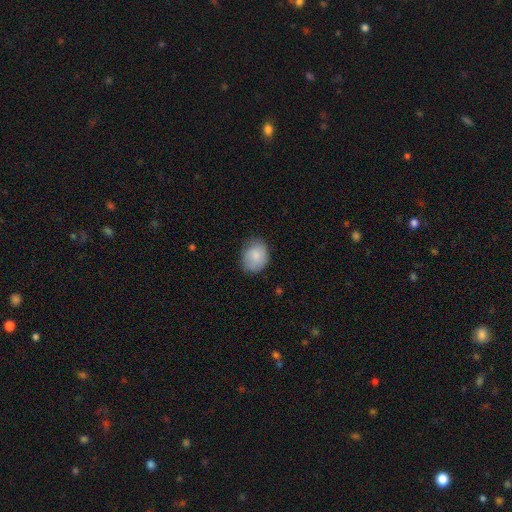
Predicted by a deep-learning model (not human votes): Smooth or featured?
  - smooth: 83% *
  - featured or disk: 11%
  - star or artifact: 7%
How rounded?
  - round: 50% *
  - in between: 49%
  - cigar-shaped: 1%
Merging?
  - none: 72% *
  - minor disturbance: 22%
  - major disturbance: 4%
  - merger: 1%